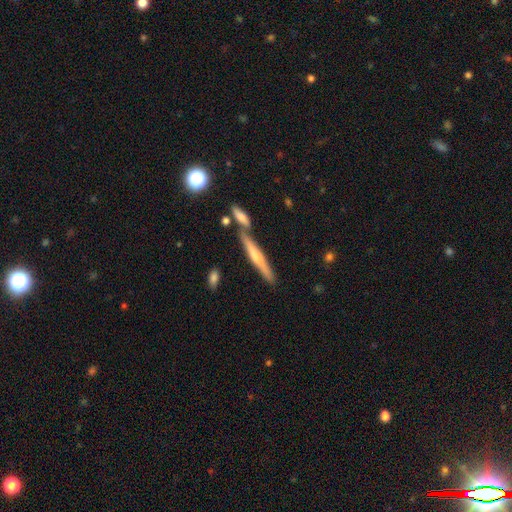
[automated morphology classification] The model was most divided on "smooth or featured": featured or disk: 68%, smooth: 24%, star or artifact: 8%. More confident: edge-on disk — yes (95%); merging — none (75%); edge-on bulge — rounded (71%).